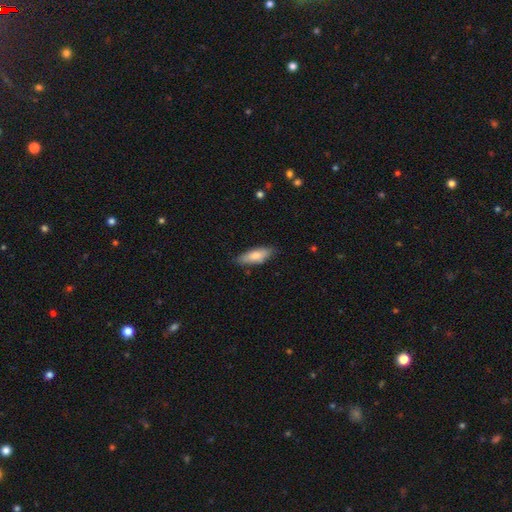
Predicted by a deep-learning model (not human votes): This appears to be a smooth galaxy with no disk features (78%) that is in between round and cigar-shaped (58%). Merging: none (79%).